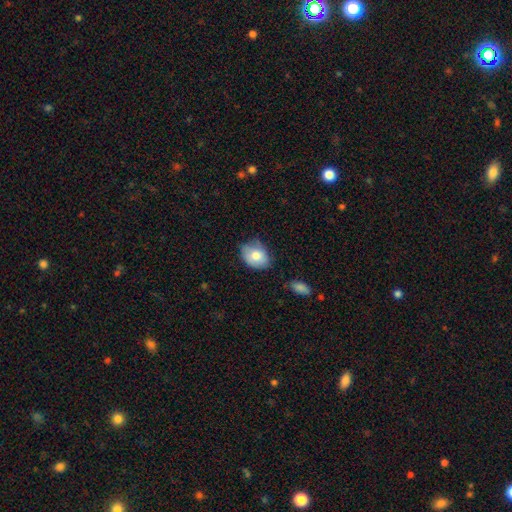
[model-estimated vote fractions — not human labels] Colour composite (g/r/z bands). It shows a smooth galaxy with no disk features (78%) that is in between round and cigar-shaped (61%). Merging: none (62%).